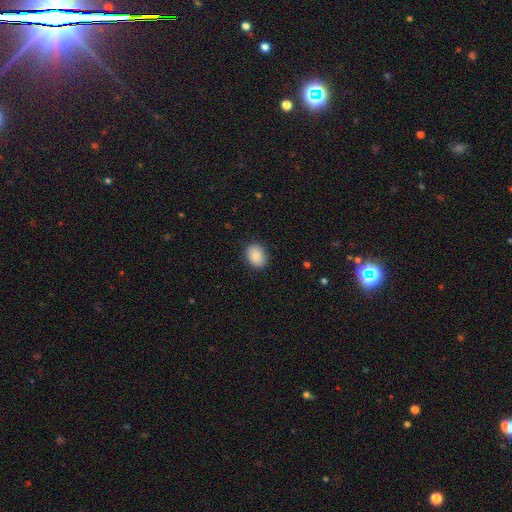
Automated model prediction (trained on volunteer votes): This is clearly a smooth galaxy (89%). How rounded: likely in between (63%). Merging: clearly none (86%).